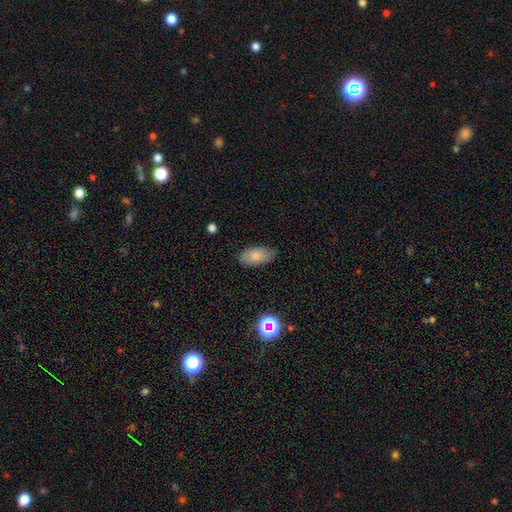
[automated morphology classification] Smooth or featured?
  - smooth: 82% *
  - featured or disk: 10%
  - star or artifact: 9%
How rounded?
  - in between: 93% *
  - cigar-shaped: 4%
  - round: 3%
Merging?
  - none: 79% *
  - minor disturbance: 16%
  - major disturbance: 3%
  - merger: 1%